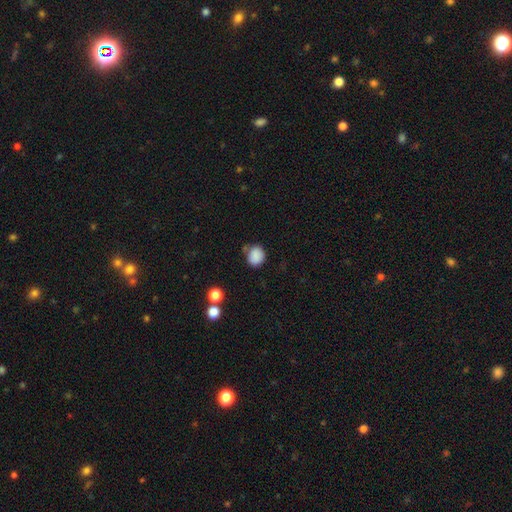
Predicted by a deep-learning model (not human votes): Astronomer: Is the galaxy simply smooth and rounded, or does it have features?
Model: smooth — 86%.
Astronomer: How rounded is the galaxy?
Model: round — 72%.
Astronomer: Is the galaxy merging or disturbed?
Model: none — 70%.